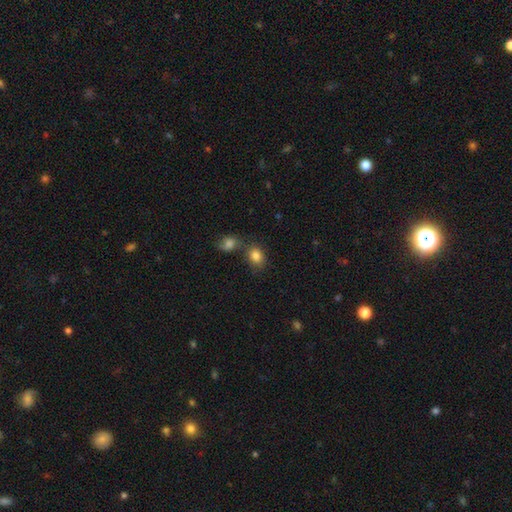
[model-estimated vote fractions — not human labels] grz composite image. It shows a smooth galaxy with no disk features (83%) that is in between round and cigar-shaped (52%). Merging: none (58%).